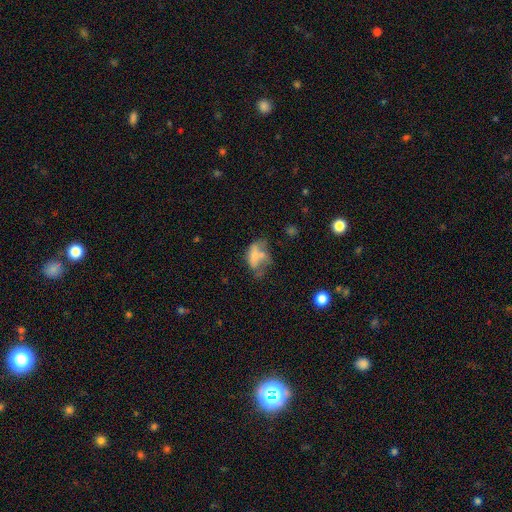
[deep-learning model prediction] A smooth galaxy with no disk features (54%) that is in between round and cigar-shaped (85%).

Vote fractions:
- Smooth or featured? smooth: 54% / featured or disk: 35% / star or artifact: 11%
- How rounded? in between: 85% / round: 10% / cigar-shaped: 5%
- Merging? major disturbance: 29% / merger: 28% / none: 23% / minor disturbance: 20%